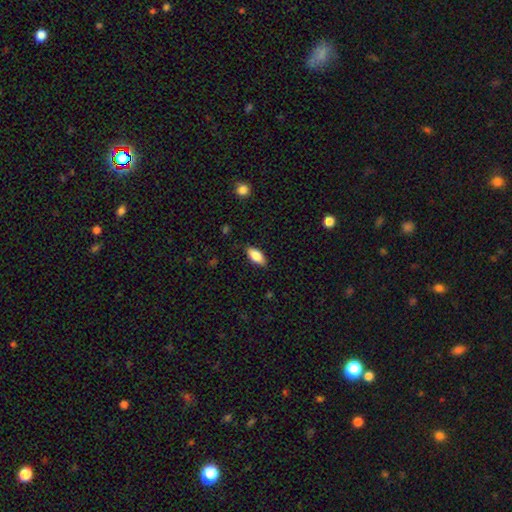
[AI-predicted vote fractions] This is clearly a smooth galaxy (82%). How rounded: clearly in between (88%). Merging: clearly none (83%).